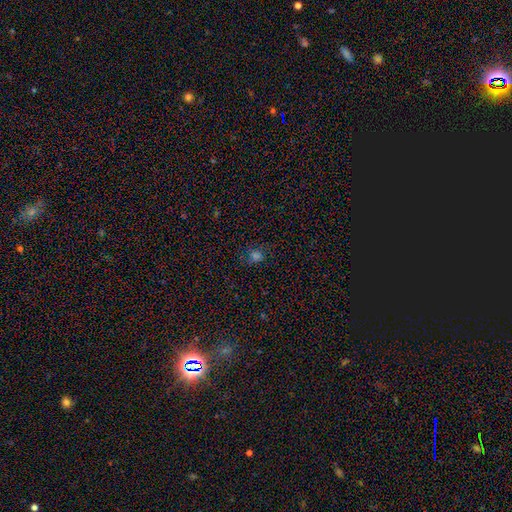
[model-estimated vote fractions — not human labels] This appears to be a smooth galaxy with no disk features (57%) that is round (73%). Merging: none (74%).